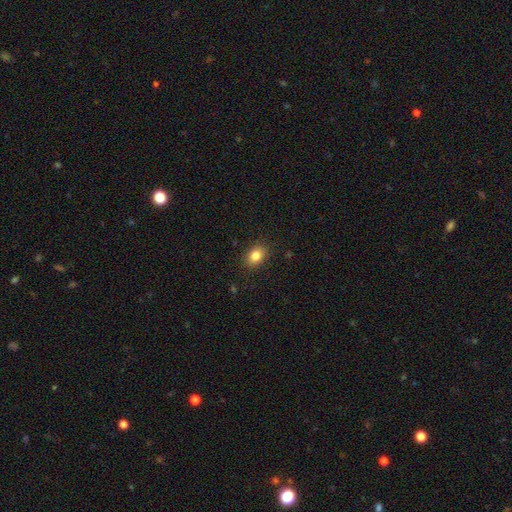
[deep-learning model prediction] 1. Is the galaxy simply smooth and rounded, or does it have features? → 84% smooth, 9% star or artifact, 7% featured or disk.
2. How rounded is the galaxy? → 71% in between, 28% round, 1% cigar-shaped.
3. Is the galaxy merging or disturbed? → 88% none, 9% minor disturbance, 2% major disturbance, 1% merger.